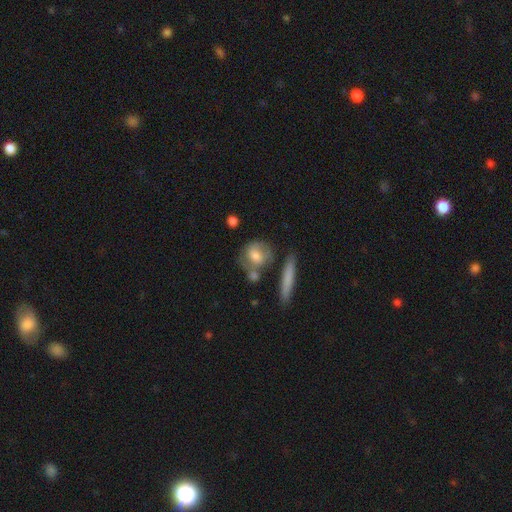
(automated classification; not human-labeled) smooth_or_featured: smooth (p=0.61) [alt: featured or disk p=0.32]
how_rounded: round (p=0.57) [alt: in between p=0.33]
merging: none (p=0.53) [alt: minor disturbance p=0.20]